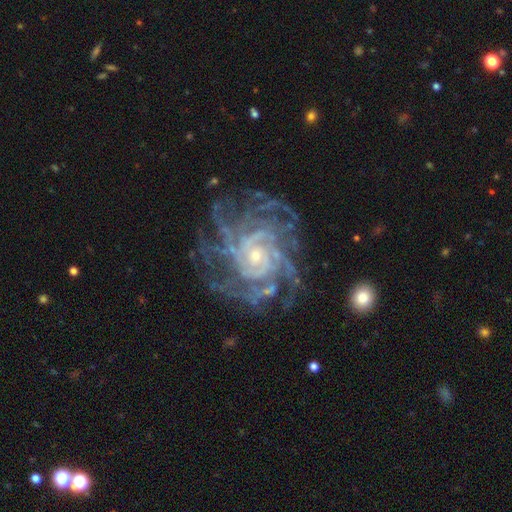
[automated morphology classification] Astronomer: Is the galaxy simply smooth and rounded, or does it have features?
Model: featured or disk — 90%.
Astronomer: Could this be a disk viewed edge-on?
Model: no — 97%.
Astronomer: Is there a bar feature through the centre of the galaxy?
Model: no — 70%.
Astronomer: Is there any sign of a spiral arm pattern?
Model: yes — 98%.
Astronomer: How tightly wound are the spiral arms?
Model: tight — 69%.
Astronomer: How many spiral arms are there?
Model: more than 4 — 29% (runner-up: 4, 24%).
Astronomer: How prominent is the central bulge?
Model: small — 72%.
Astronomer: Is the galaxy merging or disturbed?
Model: none — 70%.